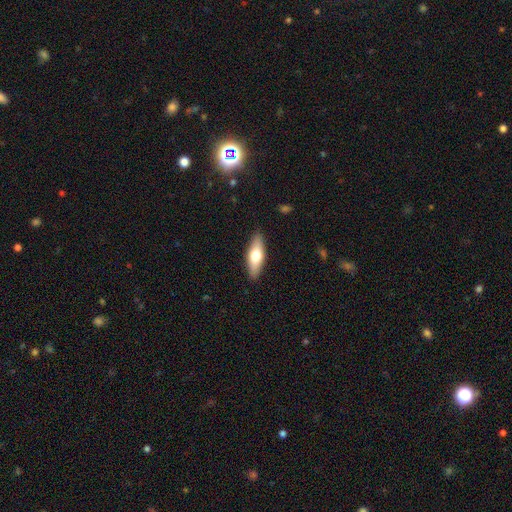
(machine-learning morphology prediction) A smooth galaxy with no disk features (61%) that is in between round and cigar-shaped (59%).

Vote fractions:
- Smooth or featured? smooth: 61% / featured or disk: 33% / star or artifact: 6%
- How rounded? in between: 59% / cigar-shaped: 39% / round: 3%
- Merging? none: 89% / minor disturbance: 9% / major disturbance: 2% / merger: 1%